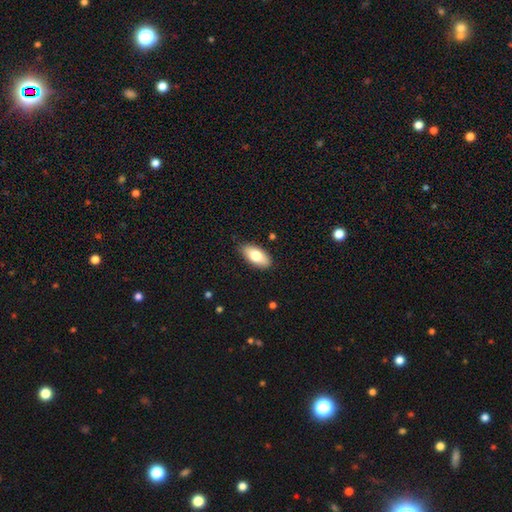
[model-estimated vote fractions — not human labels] A smooth galaxy with no disk features (77%) that is in between round and cigar-shaped (89%).

Vote fractions:
- Smooth or featured? smooth: 77% / featured or disk: 16% / star or artifact: 6%
- How rounded? in between: 89% / cigar-shaped: 9% / round: 2%
- Merging? none: 86% / minor disturbance: 11% / major disturbance: 2% / merger: 1%